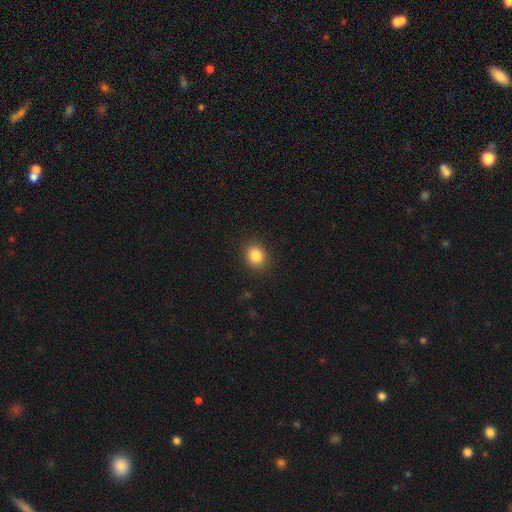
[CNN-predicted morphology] type=smooth (85%); roundness=round (73%); merging=none (89%).